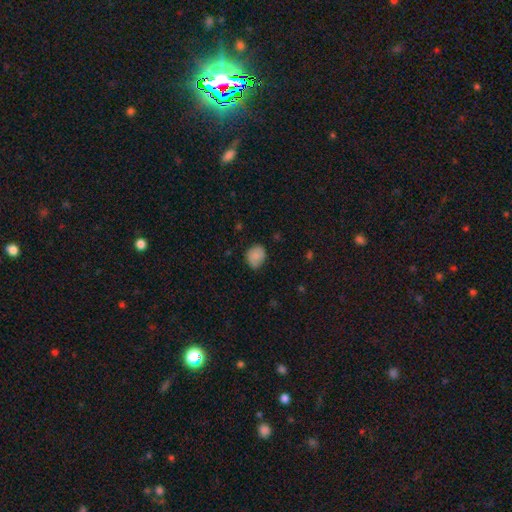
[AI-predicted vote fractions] Smooth or featured?
  - smooth: 83% *
  - featured or disk: 9%
  - star or artifact: 8%
How rounded?
  - round: 60% *
  - in between: 39%
  - cigar-shaped: 1%
Merging?
  - none: 65% *
  - minor disturbance: 29%
  - major disturbance: 4%
  - merger: 1%